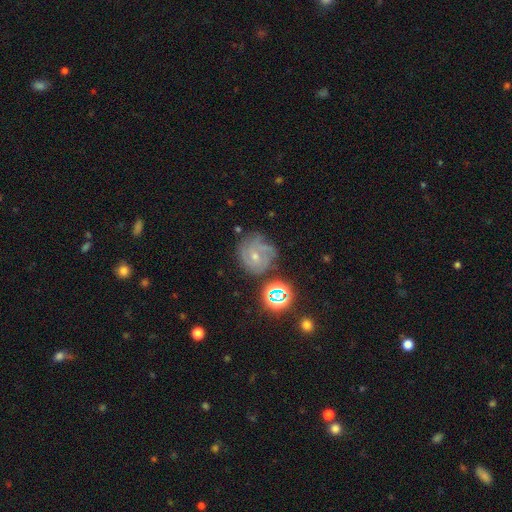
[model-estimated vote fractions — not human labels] smooth_or_featured: featured or disk (p=0.65) [alt: star or artifact p=0.17]
disk_edge_on: no (p=0.97) [alt: yes p=0.03]
bar: no (p=0.63) [alt: weak p=0.31]
has_spiral_arms: yes (p=0.91) [alt: no p=0.09]
spiral_winding: tight (p=0.58) [alt: medium p=0.33]
spiral_arm_count: can't tell (p=0.31) [tied with: 3 p=0.31]
bulge_size: small (p=0.61) [alt: moderate p=0.35]
merging: none (p=0.63) [alt: minor disturbance p=0.21]